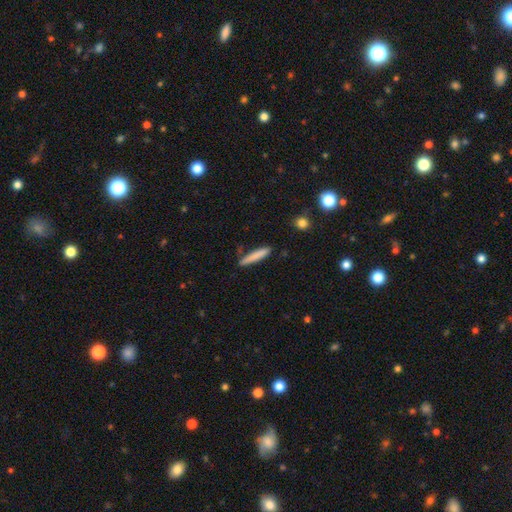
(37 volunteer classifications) smooth_or_featured: smooth (p=0.76) [alt: featured or disk p=0.19]
how_rounded: cigar-shaped (p=0.96) [alt: in between p=0.04]
merging: none (p=0.94) [alt: minor disturbance p=0.06]